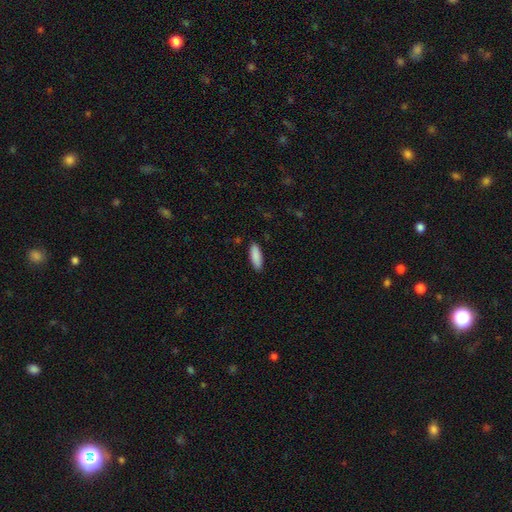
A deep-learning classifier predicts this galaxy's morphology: Smooth or featured? smooth (89%)
How rounded? in between (58%)
Merging? none (89%)